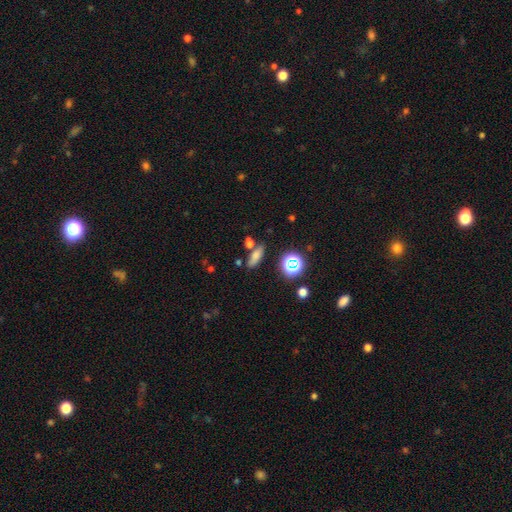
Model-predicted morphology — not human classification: Overall: smooth (70%). How rounded: in between (49%; cigar-shaped 40%). Merging: none (70%).